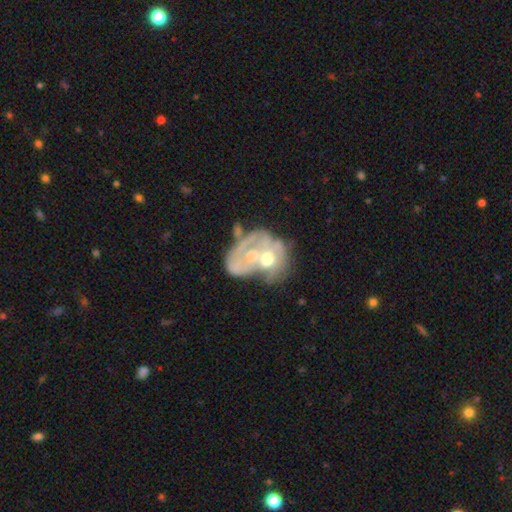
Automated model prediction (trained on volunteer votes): Smooth or featured?
  - featured or disk: 63% *
  - smooth: 25%
  - star or artifact: 12%
Edge-on disk?
  - no: 97% *
  - yes: 3%
Bar?
  - no: 85% *
  - weak: 11%
  - strong: 3%
Spiral arms?
  - no: 72% *
  - yes: 28%
Bulge size?
  - moderate: 63% *
  - small: 21%
  - none: 8%
  - large: 7%
  - dominant: 2%
Merging?
  - merger: 52% *
  - major disturbance: 21%
  - none: 17%
  - minor disturbance: 11%